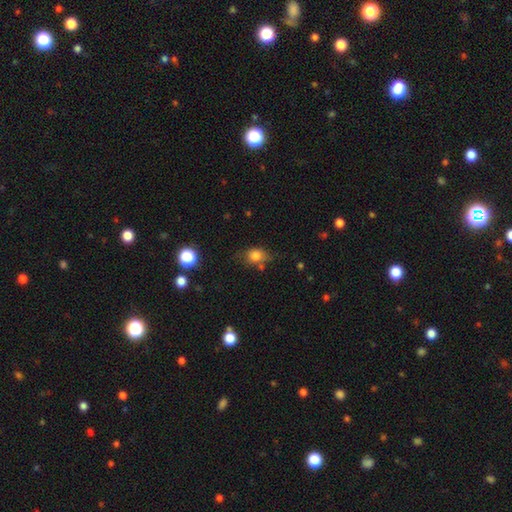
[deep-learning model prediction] Smooth or featured? smooth (79%)
How rounded? in between (54%)
Merging? none (63%)